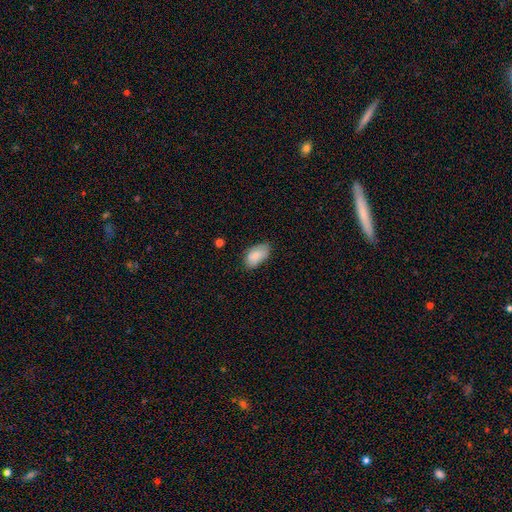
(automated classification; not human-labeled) Smooth or featured? smooth (84%)
How rounded? in between (94%)
Merging? none (66%)